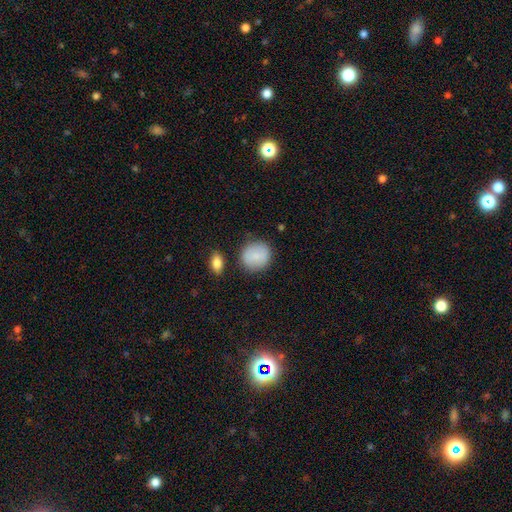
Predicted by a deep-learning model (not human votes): smooth-or-featured: smooth: 84% | featured or disk: 9% | star or artifact: 7%
  how-rounded: round: 86% | in between: 13% | cigar-shaped: 1%
  merging: none: 80% | minor disturbance: 12% | merger: 4% | major disturbance: 3%